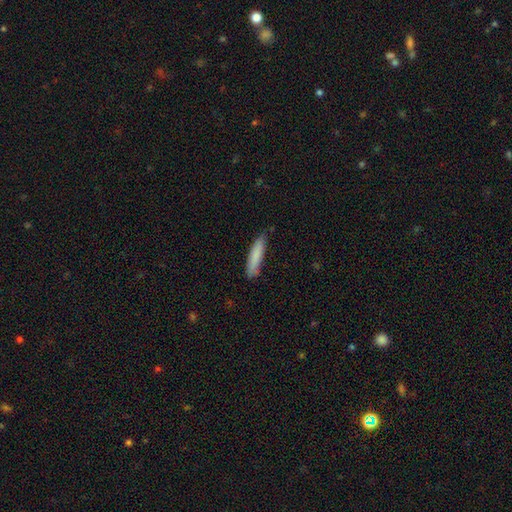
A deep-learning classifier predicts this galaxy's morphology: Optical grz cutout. It shows a smooth galaxy with no disk features (83%) that is cigar-shaped (82%). Merging: none (75%).